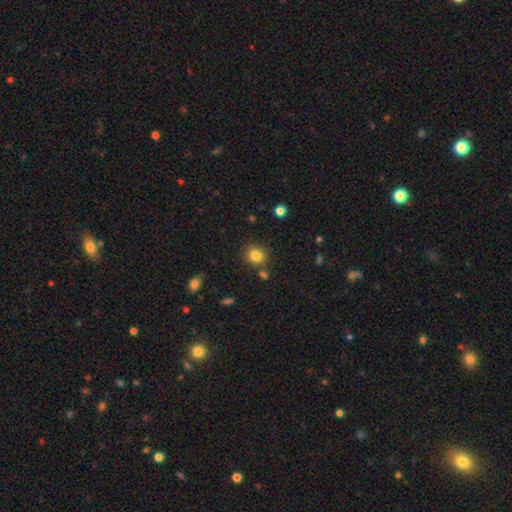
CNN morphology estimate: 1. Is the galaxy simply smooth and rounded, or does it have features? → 83% smooth, 12% star or artifact, 6% featured or disk.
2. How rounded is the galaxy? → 84% round, 15% in between, 1% cigar-shaped.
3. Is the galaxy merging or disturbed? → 82% none, 9% minor disturbance, 6% merger, 3% major disturbance.